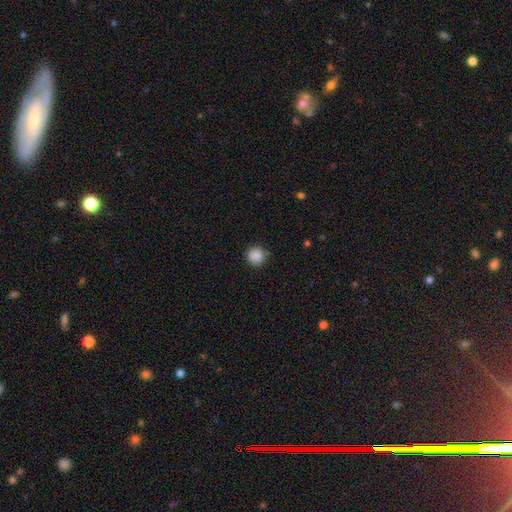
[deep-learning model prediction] A smooth galaxy with no disk features (88%) that is round (94%). Merging: none (87%).